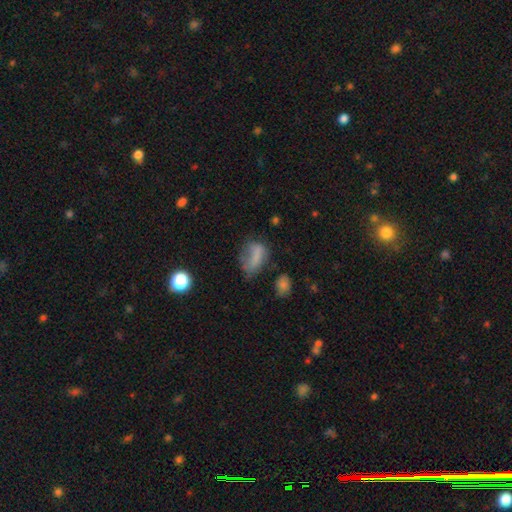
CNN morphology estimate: Overall: smooth (65%). How rounded: in between (78%). Merging: none (36%; major disturbance 30%).